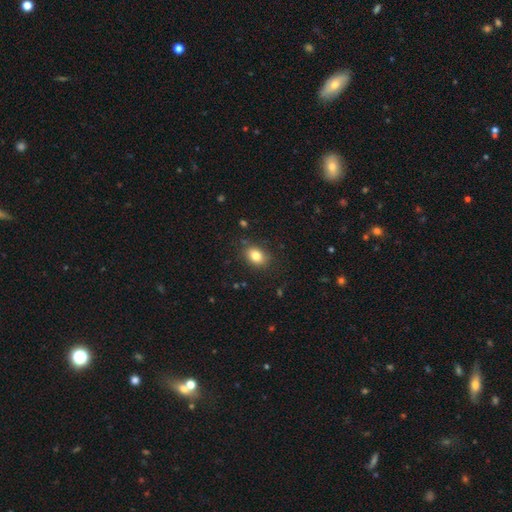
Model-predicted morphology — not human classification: smooth 82%, star or artifact 10%, featured or disk 9%. Down the decision tree: how rounded — in between (69%); merging — none (83%).